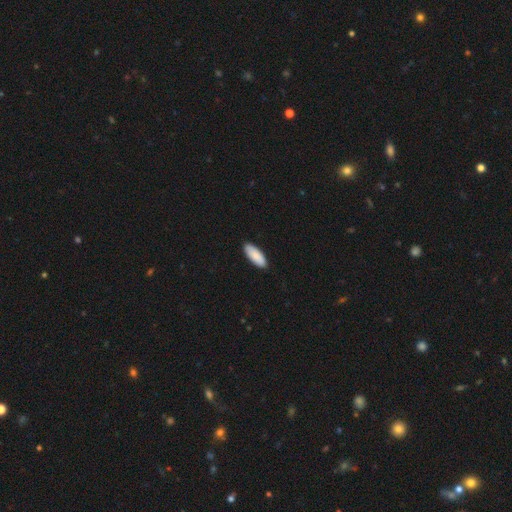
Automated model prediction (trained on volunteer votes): smooth 90%, star or artifact 5%, featured or disk 5%. Down the decision tree: how rounded — in between (77%); merging — none (90%).